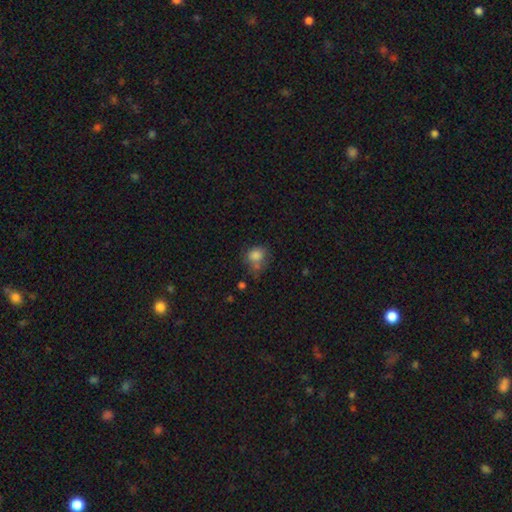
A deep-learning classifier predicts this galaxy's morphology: A smooth galaxy with no disk features (79%) that is round (63%). Merging: none (44%).